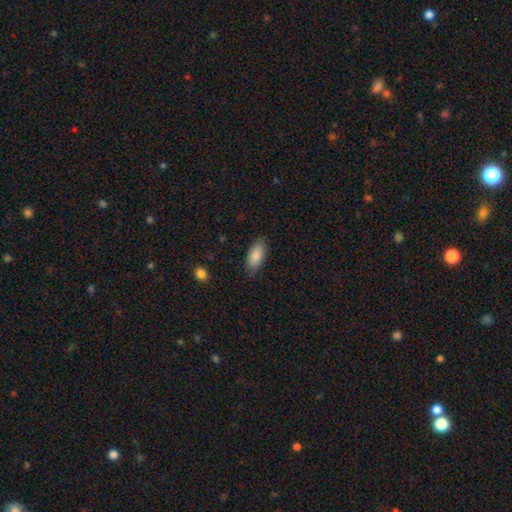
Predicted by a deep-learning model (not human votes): Morphology: type=smooth (86%); roundness=in between (88%); merging=none (81%).